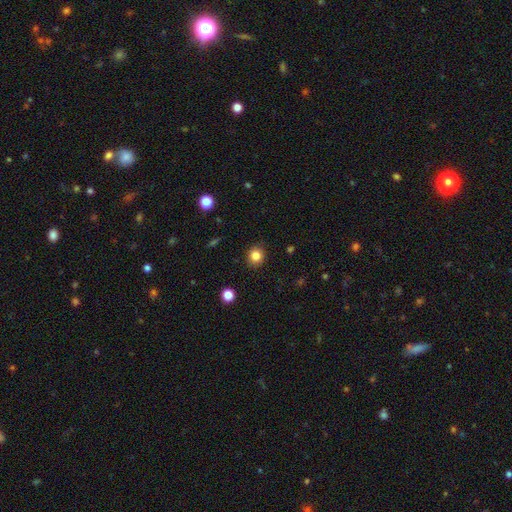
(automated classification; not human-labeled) Smooth or featured? smooth (84%)
How rounded? round (86%)
Merging? none (90%)